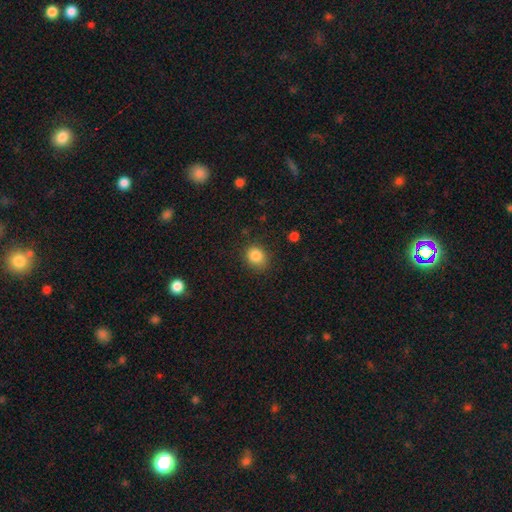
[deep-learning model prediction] smooth 85%, star or artifact 10%, featured or disk 5%. Down the decision tree: how rounded — round (67%); merging — none (83%).